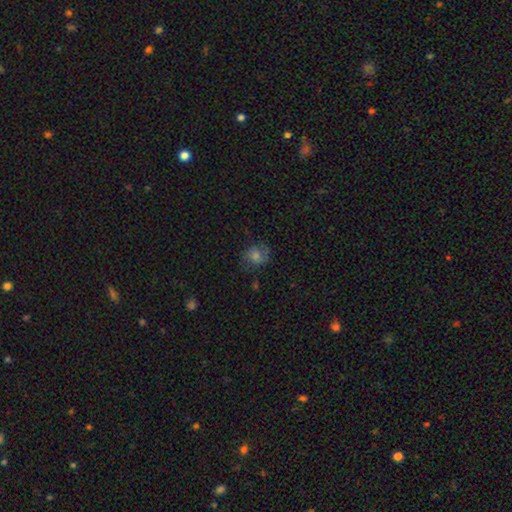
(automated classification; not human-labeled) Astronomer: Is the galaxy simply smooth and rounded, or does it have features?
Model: smooth — 53% (runner-up: featured or disk, 32%).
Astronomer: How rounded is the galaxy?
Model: round — 65%.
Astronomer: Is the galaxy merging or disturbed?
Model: none — 65%.